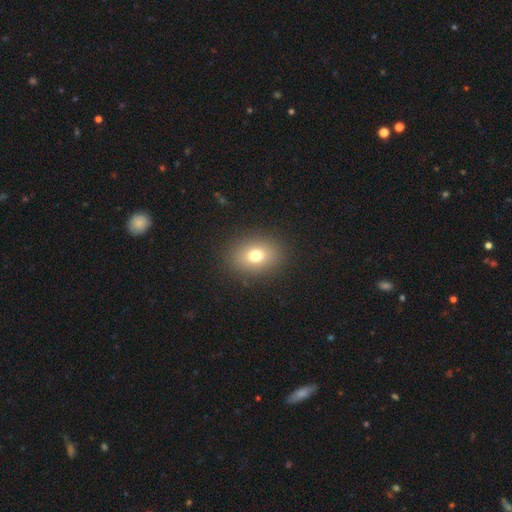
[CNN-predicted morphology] Overall: smooth (74%). How rounded: in between (61%; round 38%). Merging: none (88%).